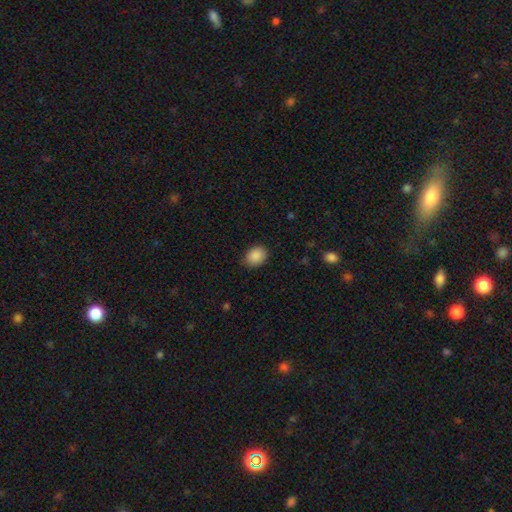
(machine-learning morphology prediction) This appears to be a smooth galaxy with no disk features (89%) that is in between round and cigar-shaped (56%). Merging: none (81%).